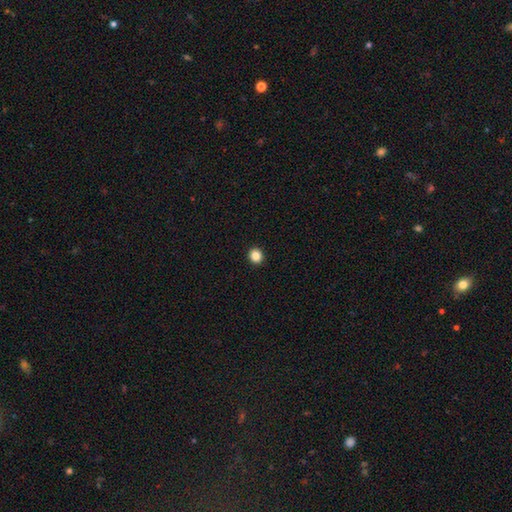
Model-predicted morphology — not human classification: Smooth or featured?
  - smooth: 85% *
  - star or artifact: 11%
  - featured or disk: 4%
How rounded?
  - round: 88% *
  - in between: 11%
  - cigar-shaped: 1%
Merging?
  - none: 94% *
  - minor disturbance: 4%
  - major disturbance: 1%
  - merger: 1%